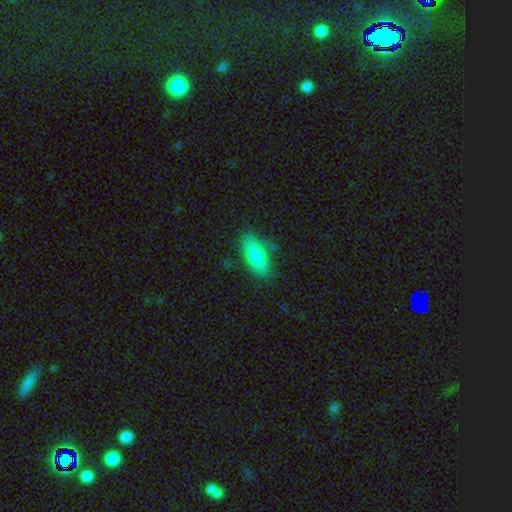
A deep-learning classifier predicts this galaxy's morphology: Smooth or featured? Predicted: smooth (p=0.80). How rounded? Predicted: in between (p=0.84). Merging? Predicted: none (p=0.74).